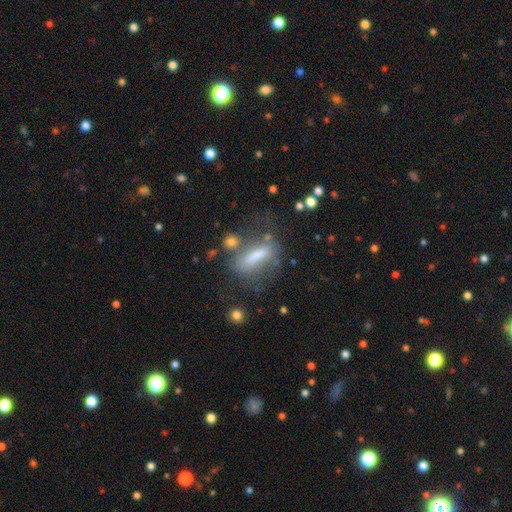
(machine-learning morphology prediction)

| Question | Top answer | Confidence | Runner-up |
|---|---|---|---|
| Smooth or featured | smooth | 48% | featured or disk (39%) |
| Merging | none | 52% | minor disturbance (20%) |